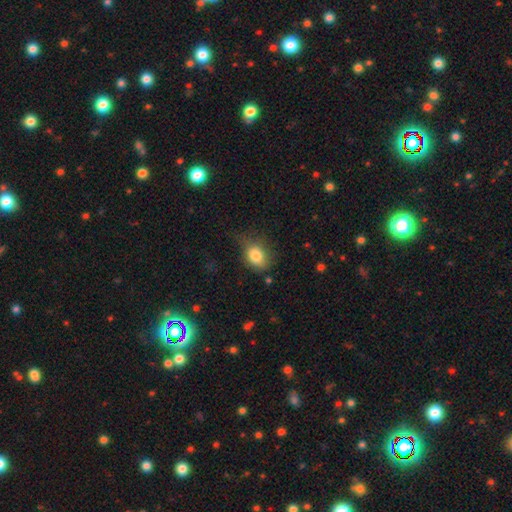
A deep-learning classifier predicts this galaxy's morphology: Smooth or featured: smooth — 81% (featured or disk — 10%)
How rounded: in between — 65% (round — 34%)
Merging: none — 51% (minor disturbance — 33%)